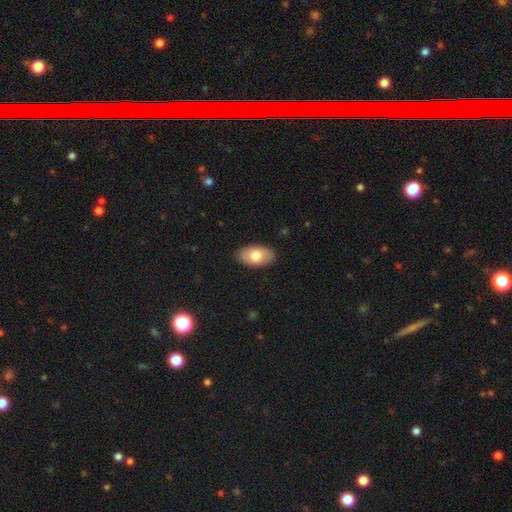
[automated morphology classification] This appears to be a smooth galaxy with no disk features (76%) that is in between round and cigar-shaped (95%). Merging: none (88%).